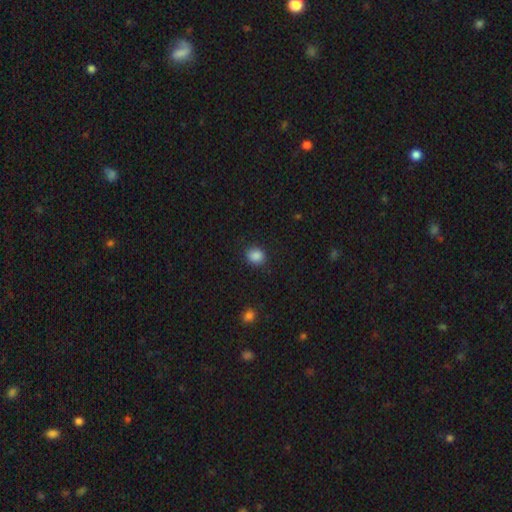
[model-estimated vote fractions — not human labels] Q: Smooth or featured?
A: smooth (87%); runner-up: star or artifact (10%)
Q: How rounded?
A: round (64%); runner-up: in between (35%)
Q: Merging?
A: none (86%); runner-up: minor disturbance (10%)